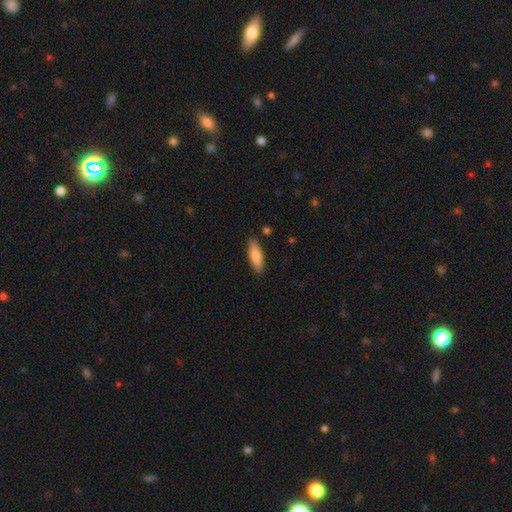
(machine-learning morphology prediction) Q: Smooth or featured?
A: smooth (84%); runner-up: featured or disk (11%)
Q: How rounded?
A: in between (56%); runner-up: cigar-shaped (42%)
Q: Merging?
A: none (85%); runner-up: minor disturbance (11%)